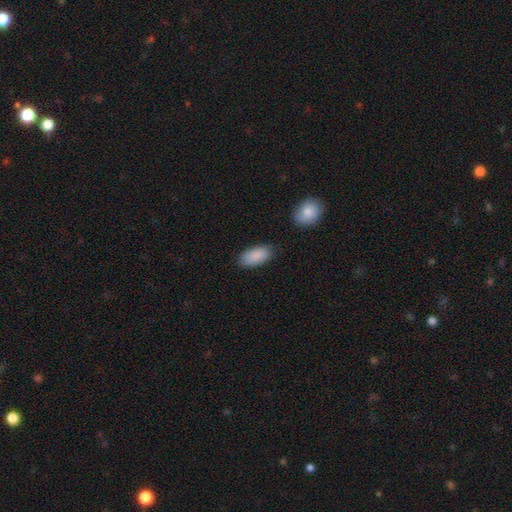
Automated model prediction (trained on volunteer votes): Smooth or featured? Predicted: smooth (p=0.89). How rounded? Predicted: in between (p=0.92). Merging? Predicted: none (p=0.84).